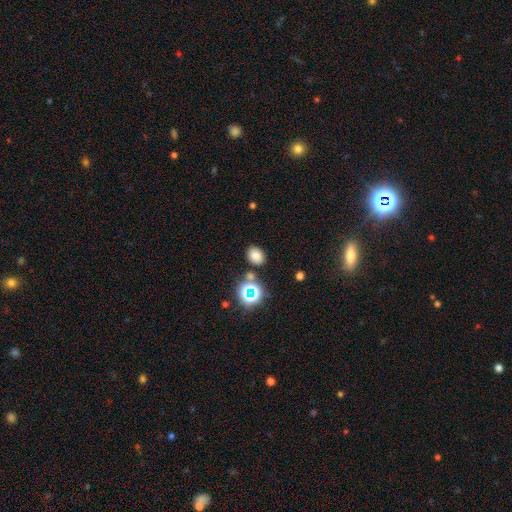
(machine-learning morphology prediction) smooth-or-featured: smooth: 74% | star or artifact: 19% | featured or disk: 8%
  how-rounded: in between: 57% | round: 42% | cigar-shaped: 1%
  merging: none: 81% | minor disturbance: 10% | merger: 6% | major disturbance: 3%